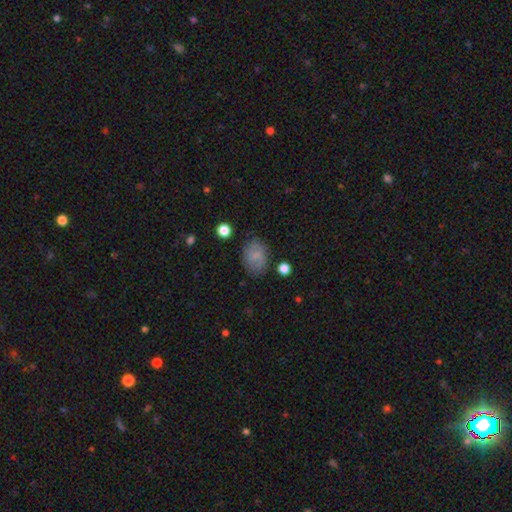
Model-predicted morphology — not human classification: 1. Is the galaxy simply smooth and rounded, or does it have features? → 71% smooth, 19% featured or disk, 10% star or artifact.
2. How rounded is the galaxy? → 71% in between, 28% round, 1% cigar-shaped.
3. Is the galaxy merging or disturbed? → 75% none, 17% minor disturbance, 5% major disturbance, 2% merger.